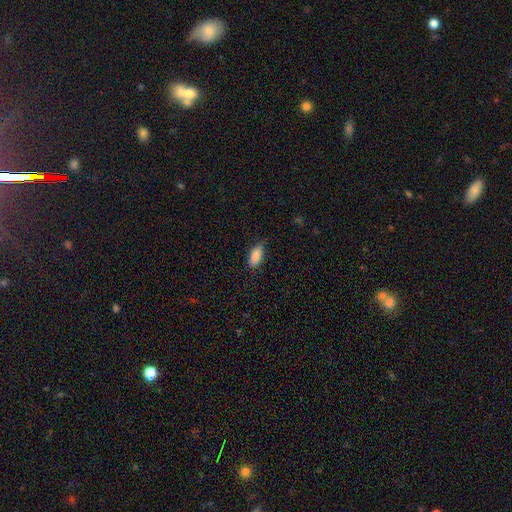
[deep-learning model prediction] smooth_or_featured: smooth (p=0.88) [alt: star or artifact p=0.07]
how_rounded: in between (p=0.88) [alt: cigar-shaped p=0.09]
merging: none (p=0.72) [alt: minor disturbance p=0.23]